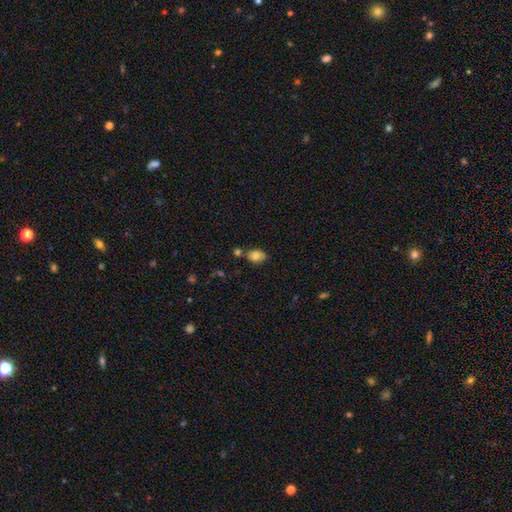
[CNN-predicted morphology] Overall: smooth (81%). How rounded: in between (79%). Merging: none (67%).